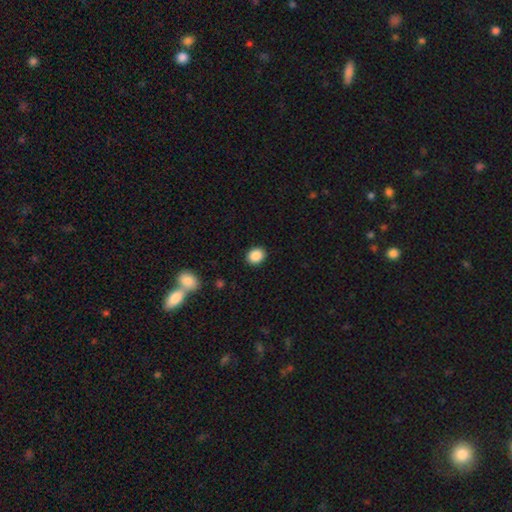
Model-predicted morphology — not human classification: This appears to be a smooth galaxy with no disk features (88%) that is round (66%). Merging: none (91%).